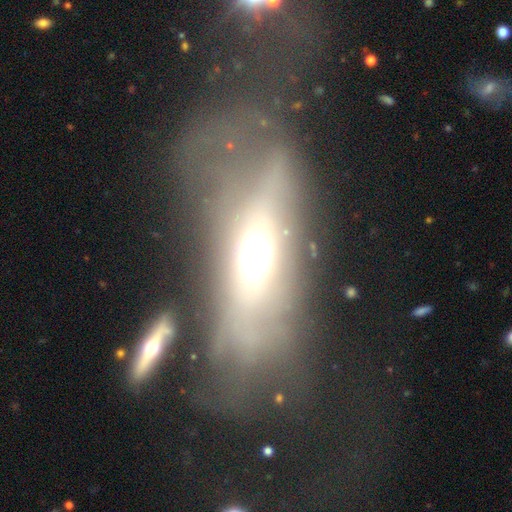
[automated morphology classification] featured or disk 53%, smooth 34%, star or artifact 13%. Down the decision tree: edge-on disk — no (68%); merging — major disturbance (41%).